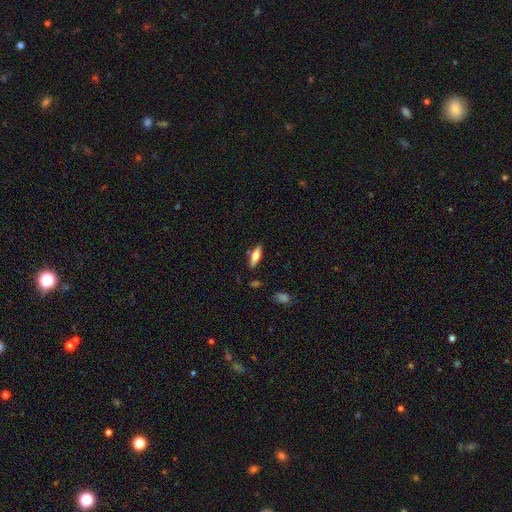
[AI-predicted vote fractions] A smooth galaxy with no disk features (59%) that is in between round and cigar-shaped (50%).

Vote fractions:
- Smooth or featured? smooth: 59% / featured or disk: 34% / star or artifact: 7%
- How rounded? in between: 50% / cigar-shaped: 48% / round: 2%
- Merging? none: 83% / minor disturbance: 11% / merger: 3% / major disturbance: 3%